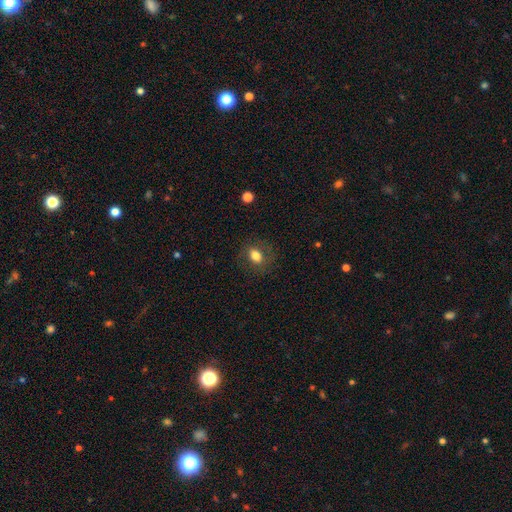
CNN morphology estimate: A smooth galaxy with no disk features (78%) that is in between round and cigar-shaped (62%). Merging: none (80%).